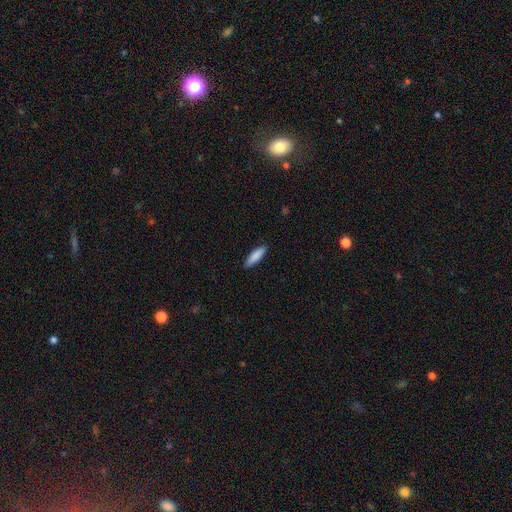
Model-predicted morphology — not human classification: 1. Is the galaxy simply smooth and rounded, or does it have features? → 87% smooth, 7% featured or disk, 6% star or artifact.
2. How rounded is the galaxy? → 66% cigar-shaped, 33% in between, 1% round.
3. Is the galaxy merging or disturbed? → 90% none, 8% minor disturbance, 2% major disturbance, 1% merger.